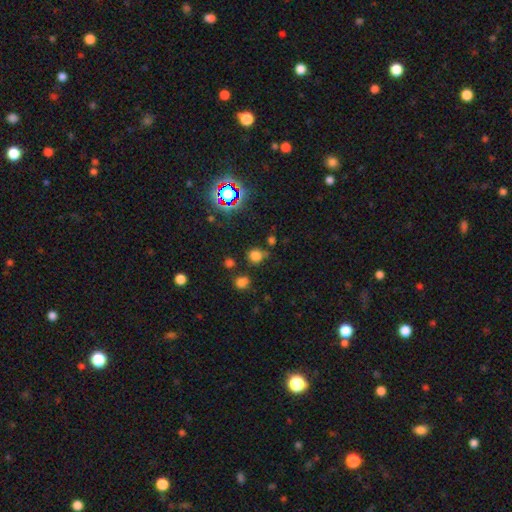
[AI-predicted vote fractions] smooth-or-featured: smooth: 68% | star or artifact: 26% | featured or disk: 6%
  how-rounded: round: 78% | in between: 21% | cigar-shaped: 1%
  merging: none: 70% | minor disturbance: 16% | merger: 8% | major disturbance: 6%